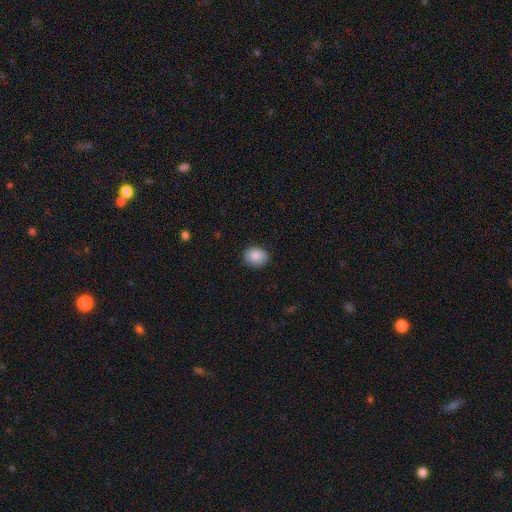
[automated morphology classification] smooth 87%, star or artifact 8%, featured or disk 5%. Down the decision tree: how rounded — round (56%); merging — none (87%).